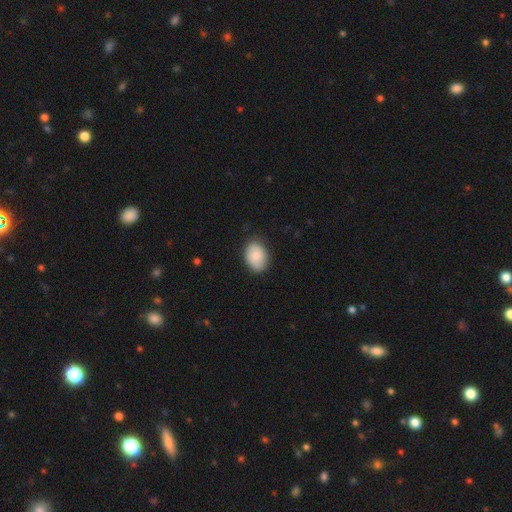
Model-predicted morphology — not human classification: This appears to be a smooth galaxy with no disk features (83%) that is in between round and cigar-shaped (77%). Merging: none (83%).